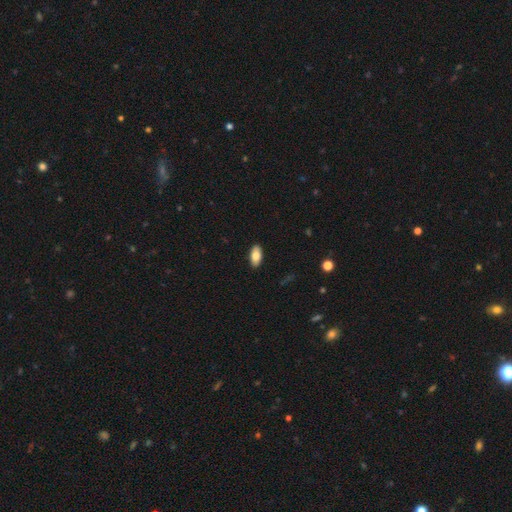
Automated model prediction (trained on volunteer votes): smooth_or_featured: smooth (p=0.82) [alt: featured or disk p=0.12]
how_rounded: in between (p=0.91) [alt: cigar-shaped p=0.06]
merging: none (p=0.90) [alt: minor disturbance p=0.08]